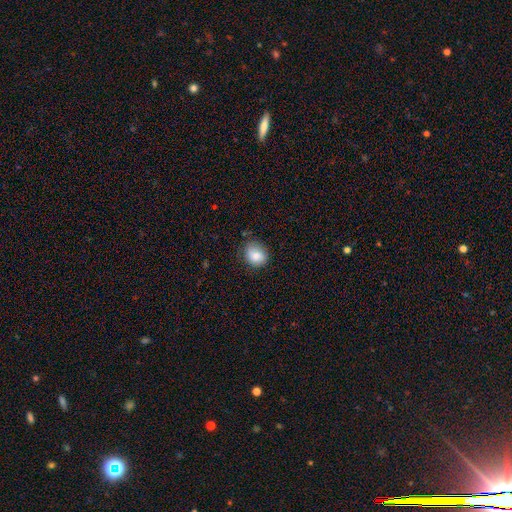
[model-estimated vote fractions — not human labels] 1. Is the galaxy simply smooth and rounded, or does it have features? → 82% smooth, 10% featured or disk, 8% star or artifact.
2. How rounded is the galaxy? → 61% round, 38% in between, 1% cigar-shaped.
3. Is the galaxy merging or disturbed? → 67% none, 26% minor disturbance, 5% major disturbance, 2% merger.